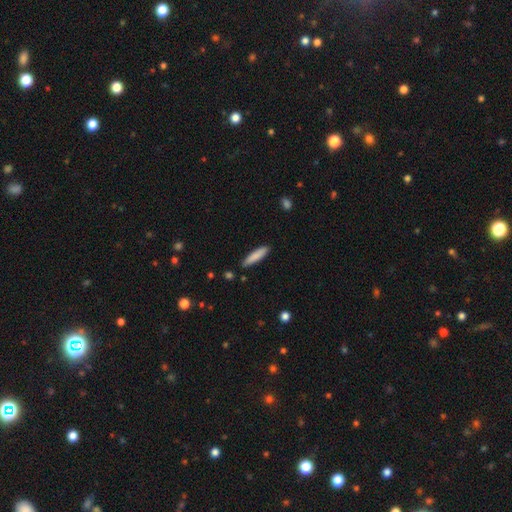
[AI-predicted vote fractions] smooth 84%, featured or disk 10%, star or artifact 6%. Down the decision tree: how rounded — cigar-shaped (81%); merging — none (87%).